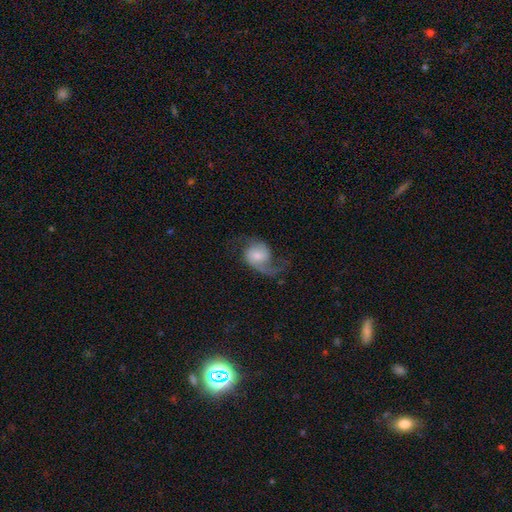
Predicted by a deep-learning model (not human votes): This appears to be a featured or disk galaxy (77%) with no bar (59%), 2 (79%) loose (53%) spiral arms (95%) and a small central bulge (40%). Merging: none (60%).